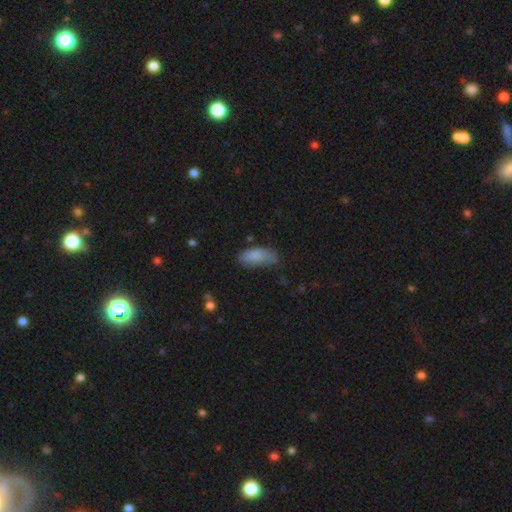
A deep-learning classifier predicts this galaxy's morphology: This is clearly a smooth galaxy (82%). How rounded: clearly in between (86%). Merging: possibly none (50%).